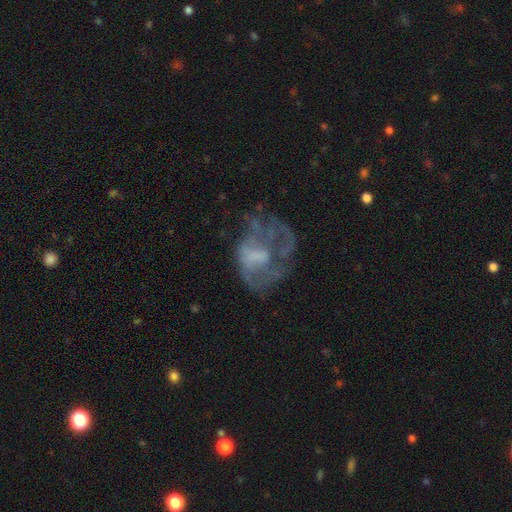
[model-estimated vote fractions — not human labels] A featured or disk galaxy (64%) with no bar (64%), no spiral arms (61%) and no central bulge (45%). Merging: major disturbance (45%).